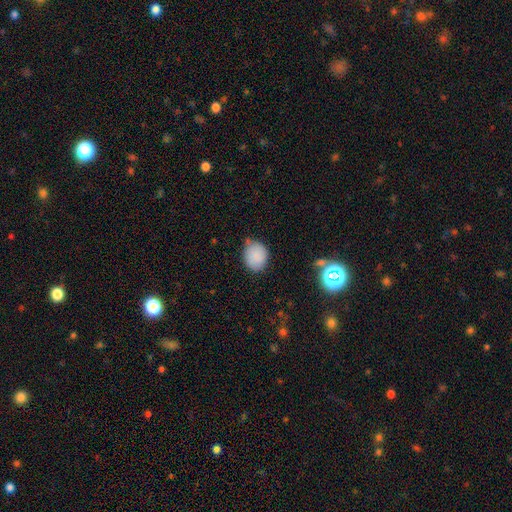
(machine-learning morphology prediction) smooth_or_featured: smooth (p=0.87) [alt: star or artifact p=0.09]
how_rounded: round (p=0.60) [alt: in between p=0.39]
merging: none (p=0.67) [alt: minor disturbance p=0.25]